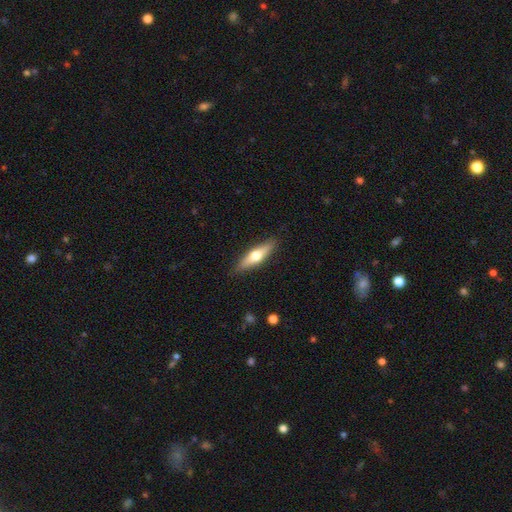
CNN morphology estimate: Smooth or featured? smooth (49%)
Merging? none (89%)